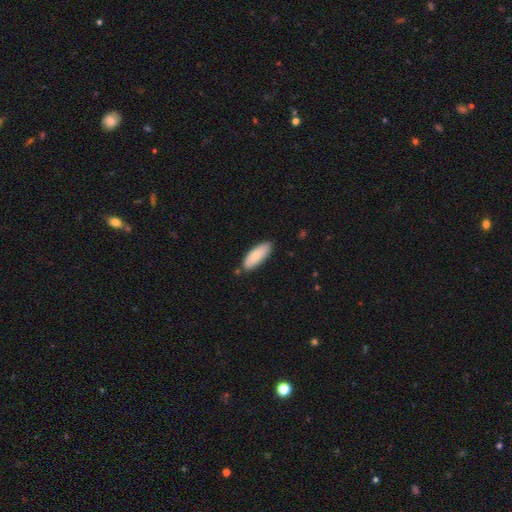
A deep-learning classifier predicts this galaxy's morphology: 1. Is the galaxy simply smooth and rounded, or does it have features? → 81% smooth, 13% featured or disk, 6% star or artifact.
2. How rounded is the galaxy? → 73% in between, 26% cigar-shaped, 2% round.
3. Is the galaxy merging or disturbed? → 83% none, 13% minor disturbance, 2% merger, 2% major disturbance.